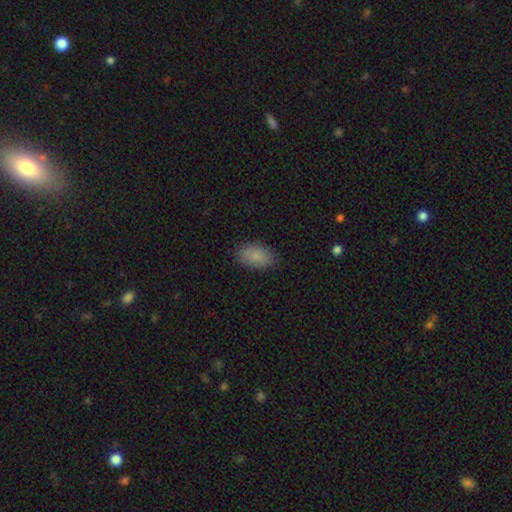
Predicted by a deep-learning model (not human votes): Smooth or featured?
  - smooth: 86% *
  - star or artifact: 7%
  - featured or disk: 7%
How rounded?
  - in between: 93% *
  - round: 6%
  - cigar-shaped: 2%
Merging?
  - none: 84% *
  - minor disturbance: 12%
  - major disturbance: 3%
  - merger: 1%